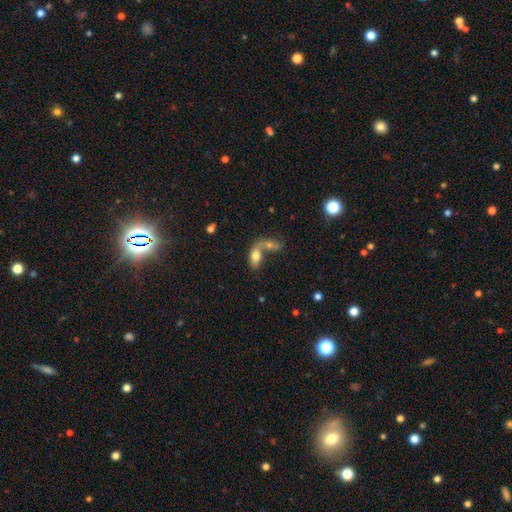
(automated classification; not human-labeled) This is likely a smooth galaxy (70%). How rounded: clearly in between (84%). Merging: likely merger (70%).